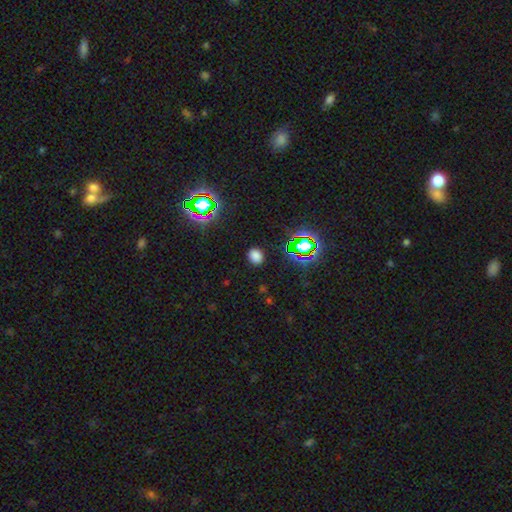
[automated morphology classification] smooth 72%, star or artifact 23%, featured or disk 5%. Down the decision tree: how rounded — round (69%); merging — none (89%).